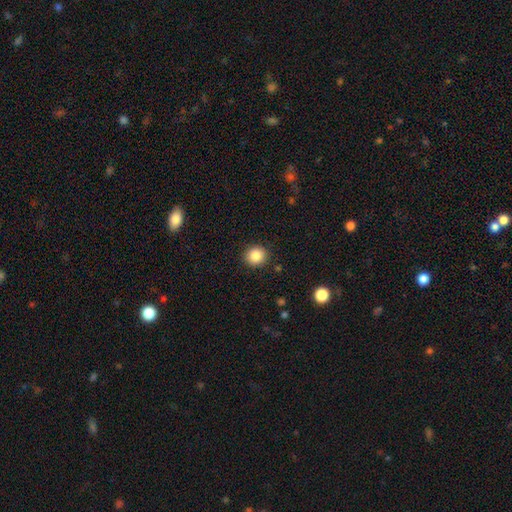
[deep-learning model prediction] smooth 87%, star or artifact 10%, featured or disk 4%. Down the decision tree: how rounded — round (86%); merging — none (90%).